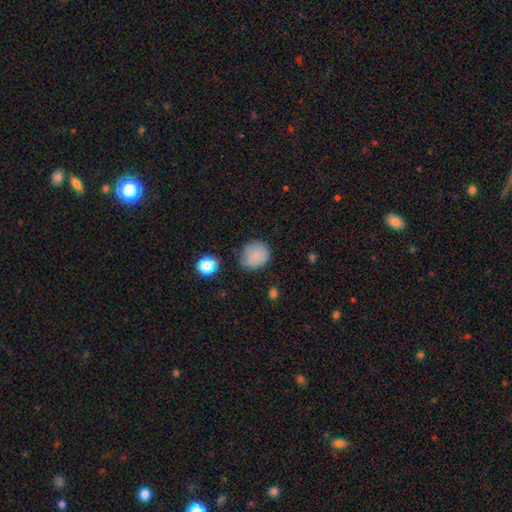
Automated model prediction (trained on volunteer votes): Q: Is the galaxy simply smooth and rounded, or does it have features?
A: smooth — 83%.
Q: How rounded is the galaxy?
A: round — 77%.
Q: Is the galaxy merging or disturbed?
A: none — 62%.